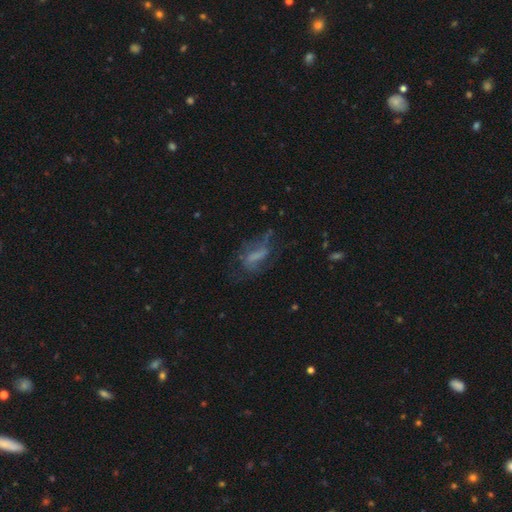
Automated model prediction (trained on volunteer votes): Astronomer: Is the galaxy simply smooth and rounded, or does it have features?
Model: featured or disk — 46% (runner-up: smooth, 37%).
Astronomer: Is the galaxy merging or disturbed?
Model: none — 43% (runner-up: major disturbance, 30%).